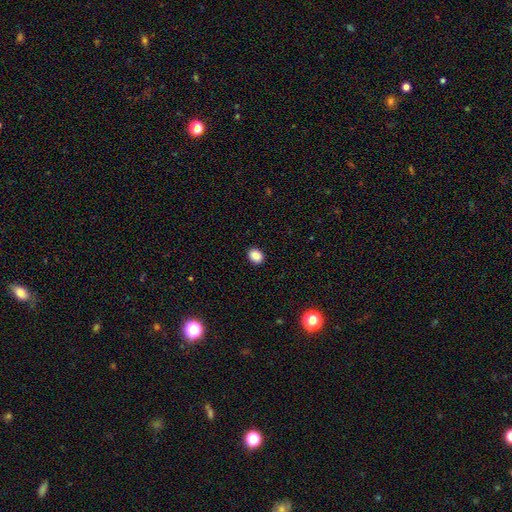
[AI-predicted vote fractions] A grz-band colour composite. It shows a smooth galaxy with no disk features (88%) that is in between round and cigar-shaped (53%). Merging: none (91%).